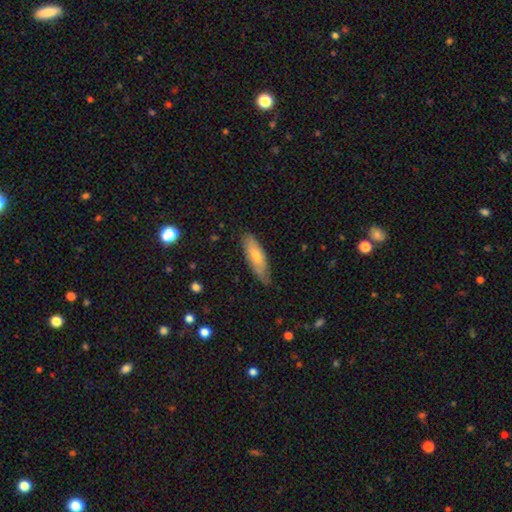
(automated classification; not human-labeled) smooth_or_featured: smooth (p=0.63) [alt: featured or disk p=0.31]
how_rounded: in between (p=0.51) [alt: cigar-shaped p=0.47]
merging: none (p=0.76) [alt: minor disturbance p=0.19]